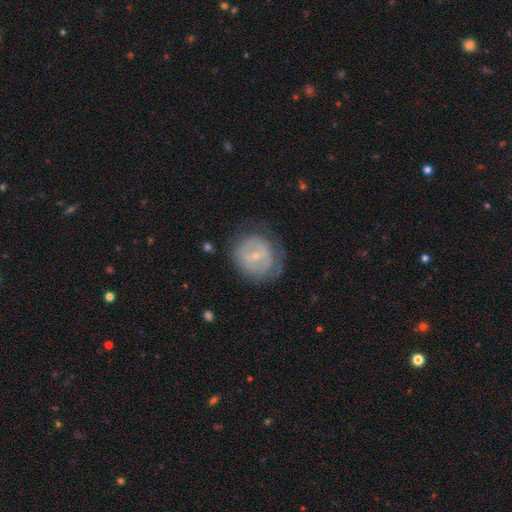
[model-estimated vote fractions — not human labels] smooth-or-featured: featured or disk: 58% | smooth: 35% | star or artifact: 8%
  disk-edge-on: no: 96% | yes: 4%
    bar: weak: 46% | no: 35% | strong: 19%
    has-spiral-arms: no: 54% | yes: 46%
    bulge-size: small: 74% | moderate: 21% | none: 3% | large: 1% | dominant: 1%
  merging: none: 59% | minor disturbance: 24% | major disturbance: 15% | merger: 2%